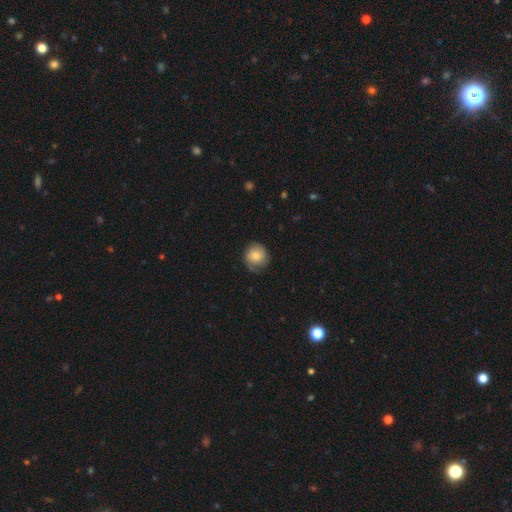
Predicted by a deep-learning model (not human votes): smooth_or_featured: smooth (p=0.66) [alt: featured or disk p=0.26]
how_rounded: round (p=0.87) [alt: in between p=0.12]
merging: none (p=0.68) [alt: minor disturbance p=0.23]